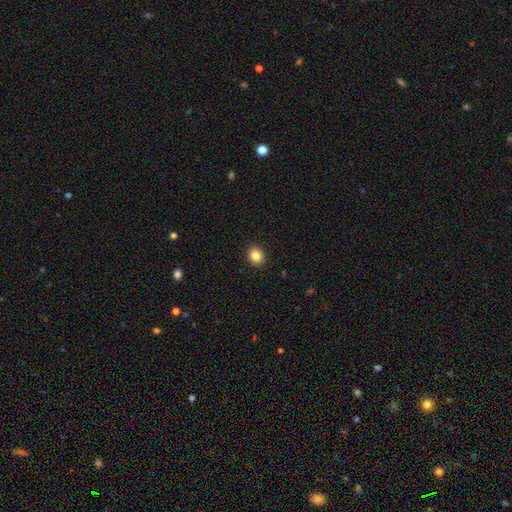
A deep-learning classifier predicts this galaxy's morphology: A smooth galaxy with no disk features (84%) that is round (70%). Merging: none (92%).